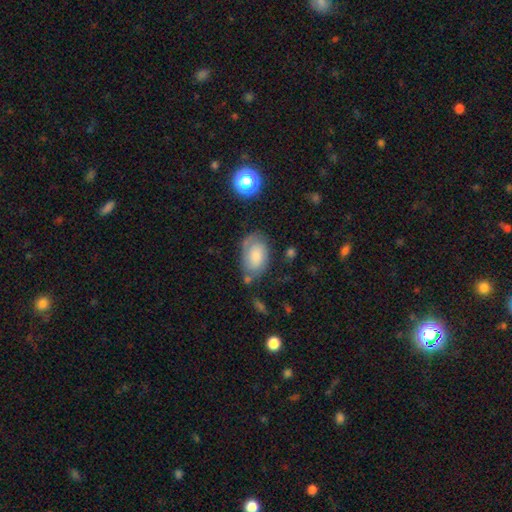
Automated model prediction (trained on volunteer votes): A smooth galaxy with no disk features (58%) that is in between round and cigar-shaped (89%). Merging: none (57%).